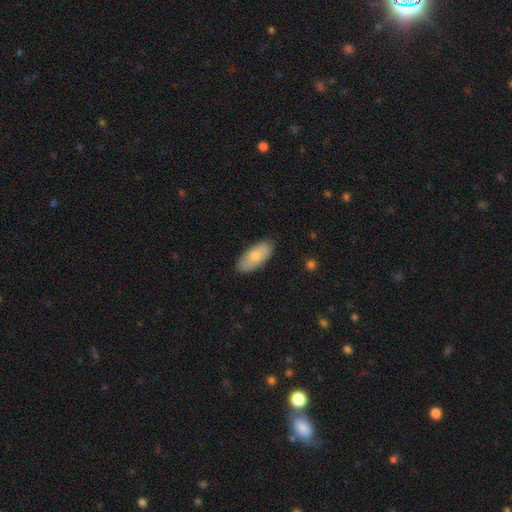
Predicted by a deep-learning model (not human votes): Morphology: type=smooth (77%); roundness=in between (89%); merging=none (83%).